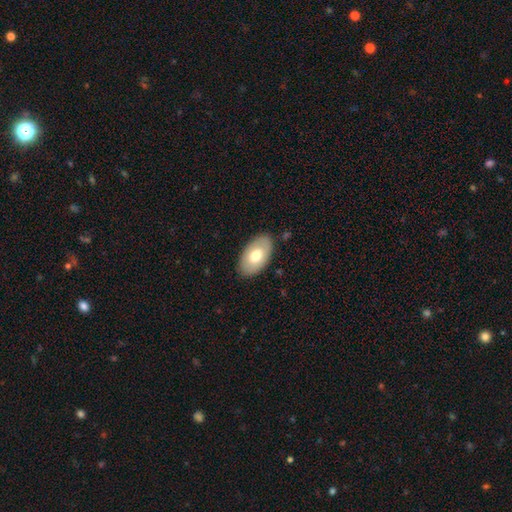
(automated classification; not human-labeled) The model was most divided on "smooth or featured": smooth: 67%, featured or disk: 28%, star or artifact: 6%. More confident: how rounded — in between (94%); merging — none (85%).